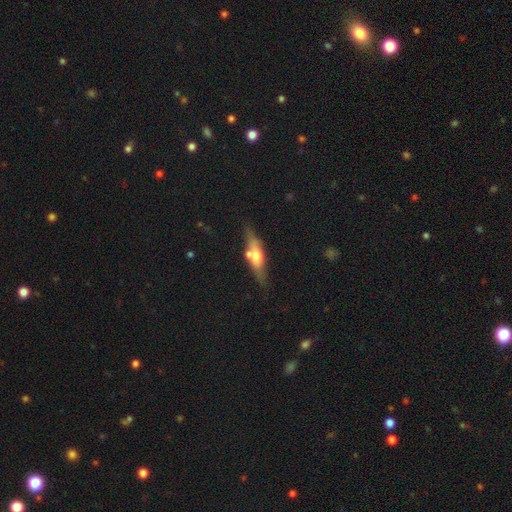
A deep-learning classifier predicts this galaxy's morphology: featured or disk 49%, smooth 44%, star or artifact 7%. Down the decision tree: merging — none (65%).